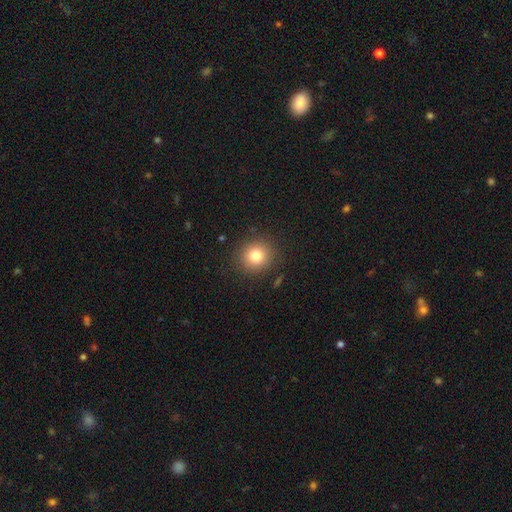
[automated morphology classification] This is likely a smooth galaxy (80%). How rounded: clearly round (88%). Merging: clearly none (88%).